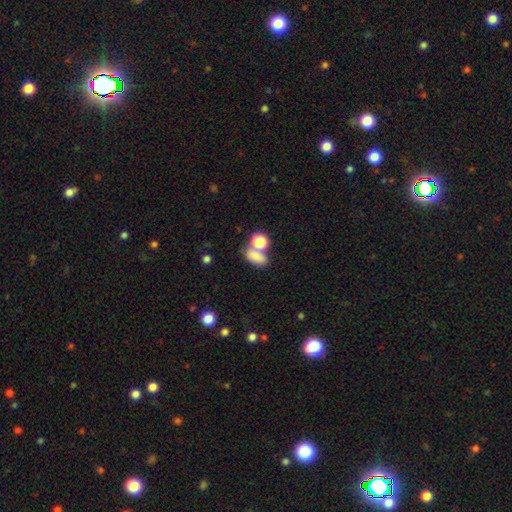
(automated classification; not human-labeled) A smooth galaxy with no disk features (79%) that is in between round and cigar-shaped (79%).

Vote fractions:
- Smooth or featured? smooth: 79% / star or artifact: 11% / featured or disk: 9%
- How rounded? in between: 79% / round: 18% / cigar-shaped: 4%
- Merging? merger: 42% / none: 40% / minor disturbance: 12% / major disturbance: 7%